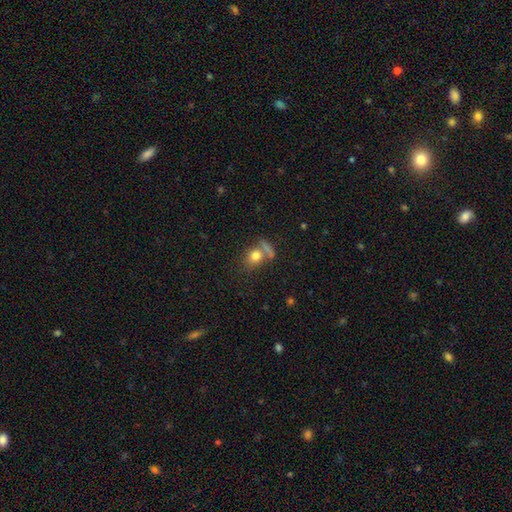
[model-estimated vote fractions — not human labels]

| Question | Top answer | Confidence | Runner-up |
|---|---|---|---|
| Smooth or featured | smooth | 79% | featured or disk (11%) |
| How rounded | round | 58% | in between (39%) |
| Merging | none | 50% | merger (30%) |